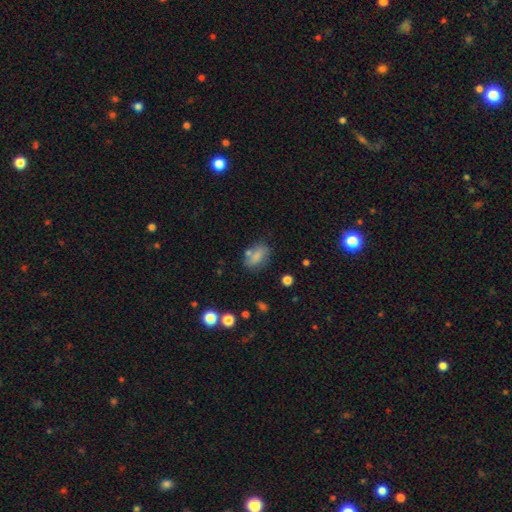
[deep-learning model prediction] Smooth or featured? smooth (77%)
How rounded? in between (86%)
Merging? none (60%)